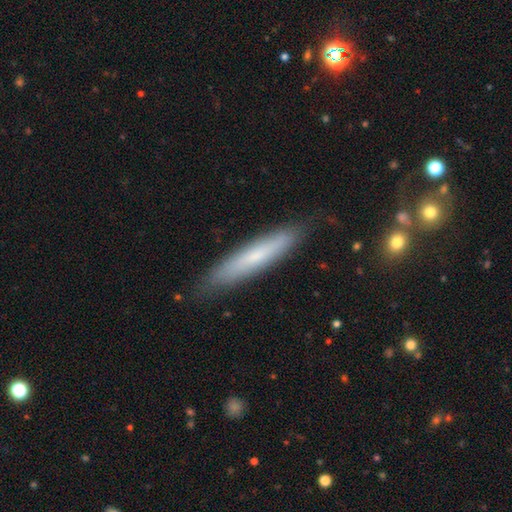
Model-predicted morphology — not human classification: type=smooth (60%); roundness=cigar-shaped (91%); merging=none (85%).